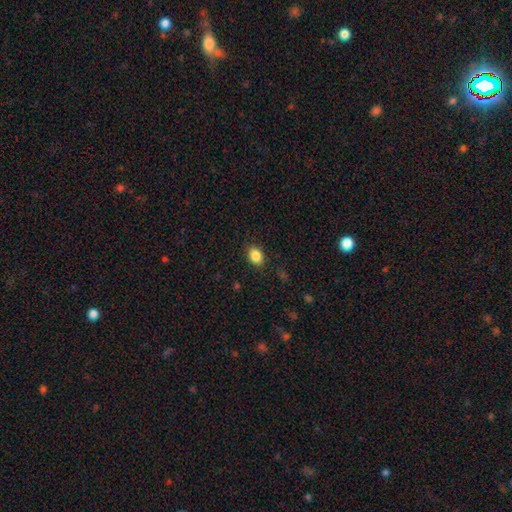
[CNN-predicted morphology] Smooth or featured? smooth (86%)
How rounded? in between (73%)
Merging? none (87%)